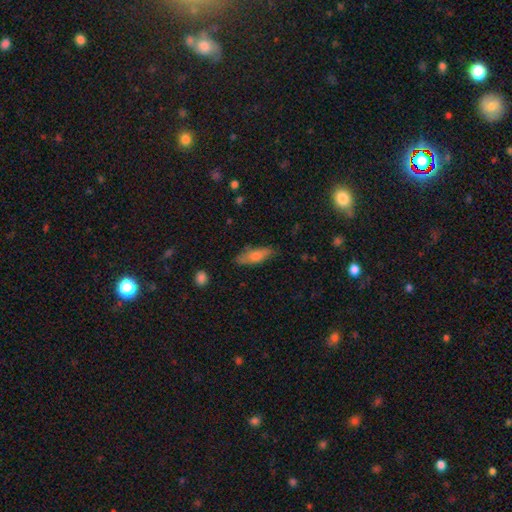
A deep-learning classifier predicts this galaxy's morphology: Q: Smooth or featured?
A: smooth (75%); runner-up: featured or disk (18%)
Q: How rounded?
A: in between (62%); runner-up: cigar-shaped (35%)
Q: Merging?
A: none (72%); runner-up: minor disturbance (21%)